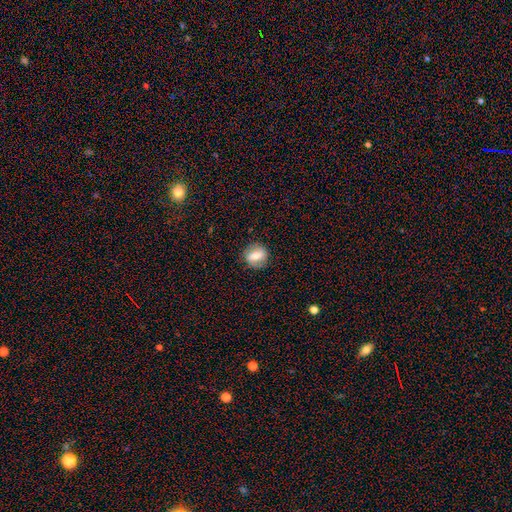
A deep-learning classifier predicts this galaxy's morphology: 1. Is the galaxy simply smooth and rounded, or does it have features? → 61% smooth, 31% featured or disk, 9% star or artifact.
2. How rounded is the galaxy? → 76% round, 22% in between, 2% cigar-shaped.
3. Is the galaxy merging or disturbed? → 86% none, 10% minor disturbance, 3% major disturbance, 1% merger.